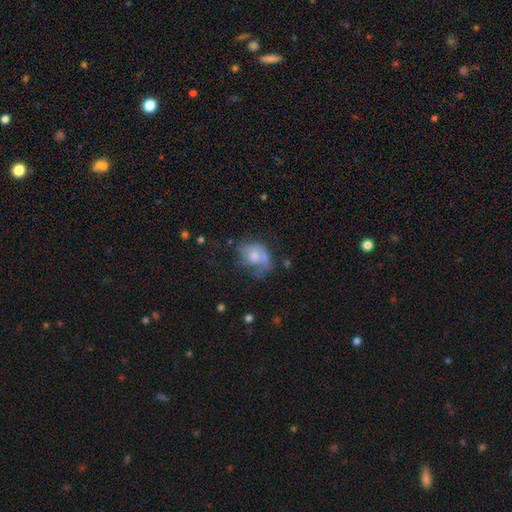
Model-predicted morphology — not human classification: smooth 57%, featured or disk 34%, star or artifact 9%. Down the decision tree: how rounded — in between (57%); merging — none (32%).